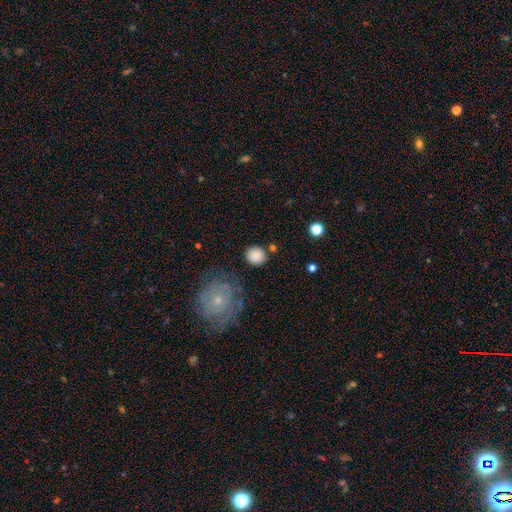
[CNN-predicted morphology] A smooth galaxy with no disk features (86%) that is round (85%).

Vote fractions:
- Smooth or featured? smooth: 86% / star or artifact: 8% / featured or disk: 6%
- How rounded? round: 85% / in between: 14% / cigar-shaped: 1%
- Merging? none: 80% / minor disturbance: 11% / merger: 5% / major disturbance: 4%